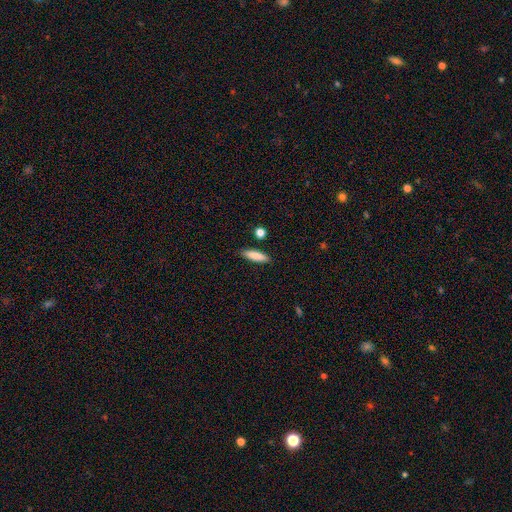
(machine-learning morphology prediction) smooth_or_featured: smooth (p=0.83) [alt: featured or disk p=0.11]
how_rounded: cigar-shaped (p=0.68) [alt: in between p=0.30]
merging: none (p=0.87) [alt: minor disturbance p=0.08]